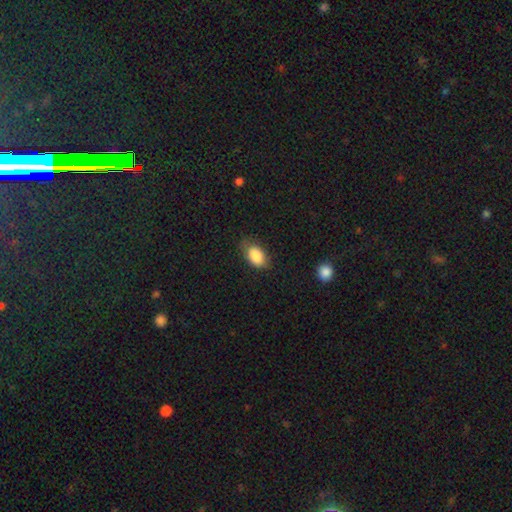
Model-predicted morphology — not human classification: The model was most divided on "merging": none: 67%, minor disturbance: 25%, major disturbance: 6%, merger: 1%. More confident: how rounded — in between (91%); smooth or featured — smooth (86%).